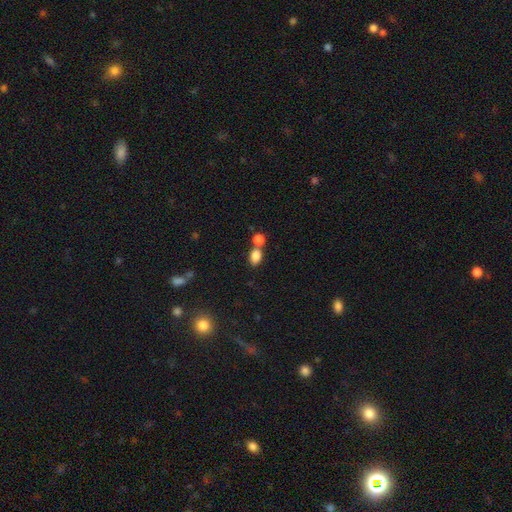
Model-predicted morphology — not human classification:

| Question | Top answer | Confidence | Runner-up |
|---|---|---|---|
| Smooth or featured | smooth | 83% | star or artifact (10%) |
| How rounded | in between | 75% | round (23%) |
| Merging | none | 49% | merger (38%) |